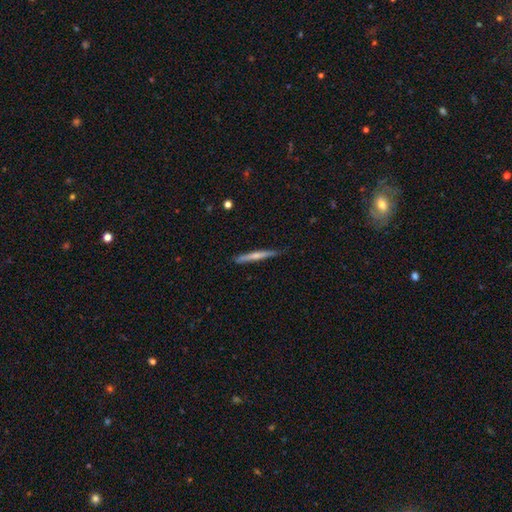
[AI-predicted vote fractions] smooth-or-featured: smooth: 51% | featured or disk: 44% | star or artifact: 6%
  how-rounded: cigar-shaped: 96% | in between: 3% | round: 2%
  merging: none: 81% | minor disturbance: 15% | major disturbance: 2% | merger: 1%